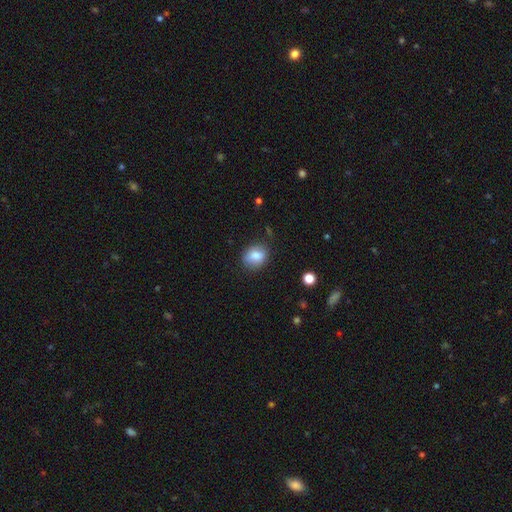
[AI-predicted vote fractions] Smooth or featured: smooth — 82% (featured or disk — 9%)
How rounded: round — 53% (in between — 46%)
Merging: none — 79% (minor disturbance — 15%)